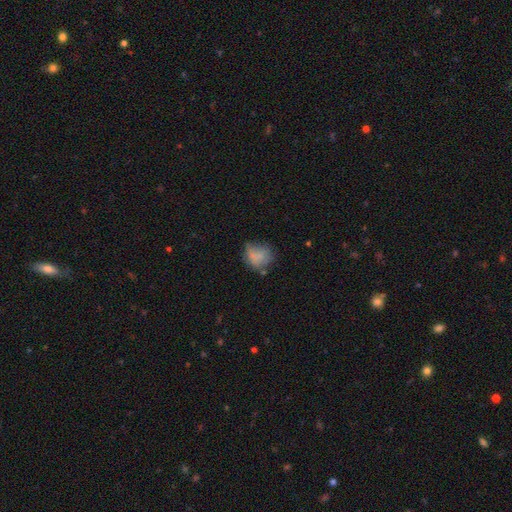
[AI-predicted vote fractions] The model was most divided on "merging": none: 46%, minor disturbance: 33%, major disturbance: 16%, merger: 5%. More confident: smooth or featured — smooth (70%); how rounded — round (57%).